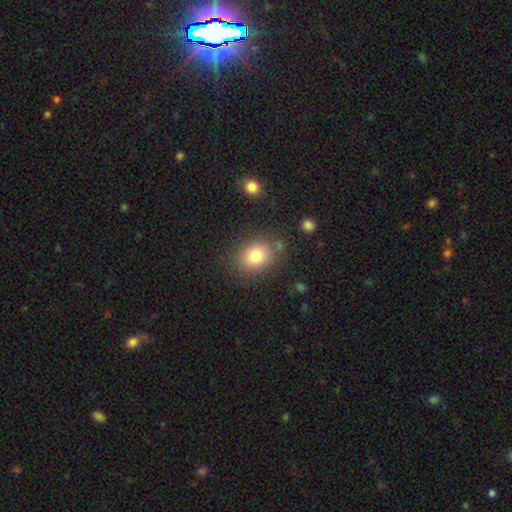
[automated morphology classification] Smooth or featured?
  - smooth: 81% *
  - star or artifact: 10%
  - featured or disk: 9%
How rounded?
  - in between: 57% *
  - round: 42%
  - cigar-shaped: 1%
Merging?
  - none: 78% *
  - minor disturbance: 13%
  - major disturbance: 5%
  - merger: 4%